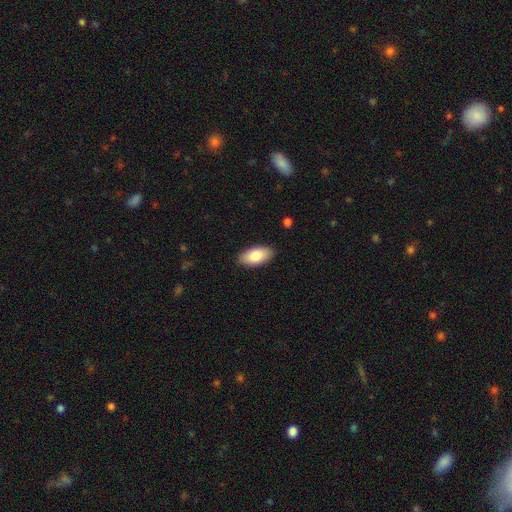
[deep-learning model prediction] Overall: smooth (82%). How rounded: in between (93%). Merging: none (89%).